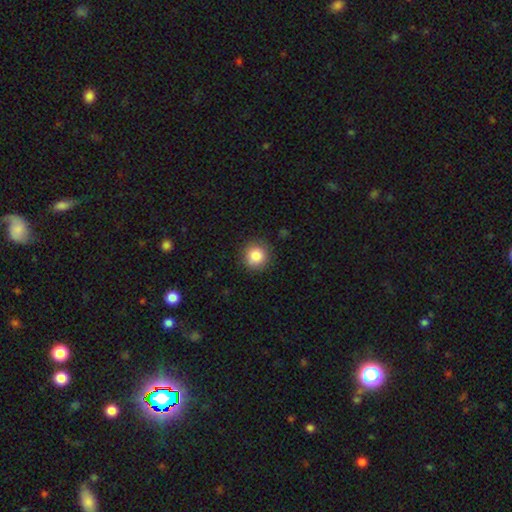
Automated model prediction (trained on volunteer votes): This appears to be a smooth galaxy with no disk features (85%) that is round (93%). Merging: none (88%).